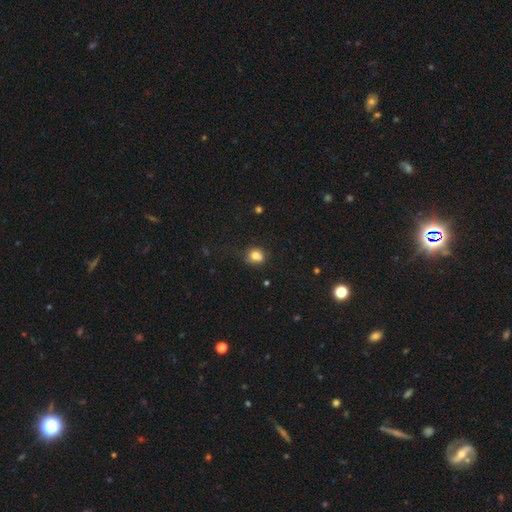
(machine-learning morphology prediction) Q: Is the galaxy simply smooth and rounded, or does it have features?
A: smooth — 77%.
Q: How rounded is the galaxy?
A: round — 74%.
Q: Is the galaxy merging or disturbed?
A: none — 62%.